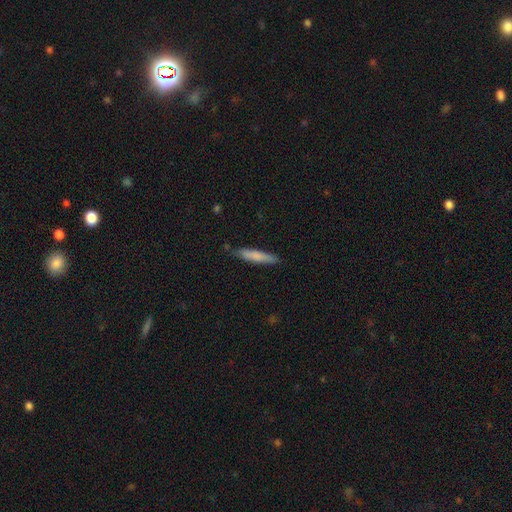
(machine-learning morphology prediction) smooth_or_featured: smooth (p=0.75) [alt: featured or disk p=0.19]
how_rounded: cigar-shaped (p=0.89) [alt: in between p=0.10]
merging: none (p=0.81) [alt: minor disturbance p=0.15]